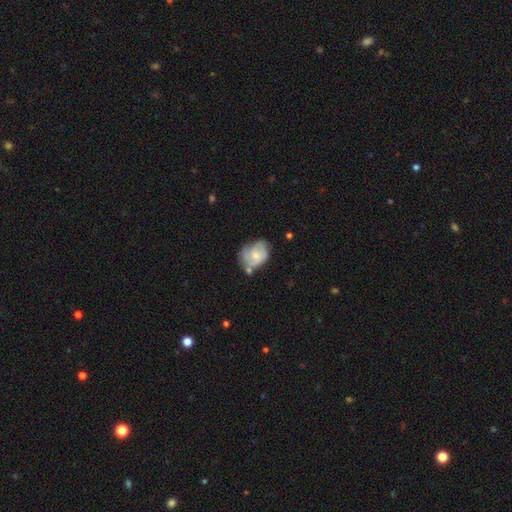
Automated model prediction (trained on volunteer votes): This appears to be a smooth galaxy with no disk features (51%) that is in between round and cigar-shaped (62%). Merging: none (41%).